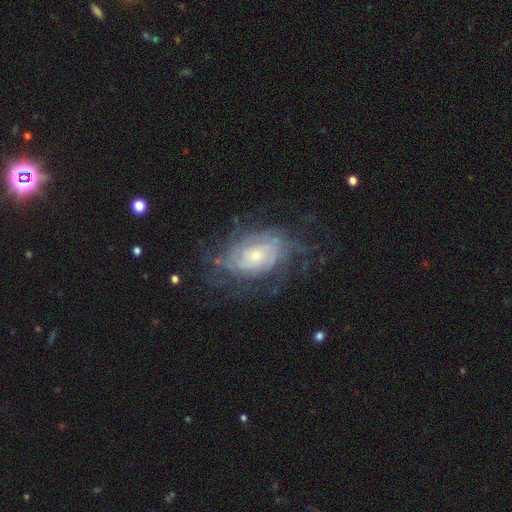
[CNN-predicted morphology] smooth_or_featured: featured or disk (p=0.81) [alt: smooth p=0.12]
disk_edge_on: no (p=0.96) [alt: yes p=0.04]
bar: no (p=0.73) [alt: weak p=0.22]
has_spiral_arms: yes (p=0.91) [alt: no p=0.09]
spiral_winding: tight (p=0.65) [alt: medium p=0.26]
spiral_arm_count: can't tell (p=0.50) [alt: 2 p=0.17]
bulge_size: small (p=0.53) [alt: moderate p=0.37]
merging: none (p=0.64) [alt: minor disturbance p=0.20]